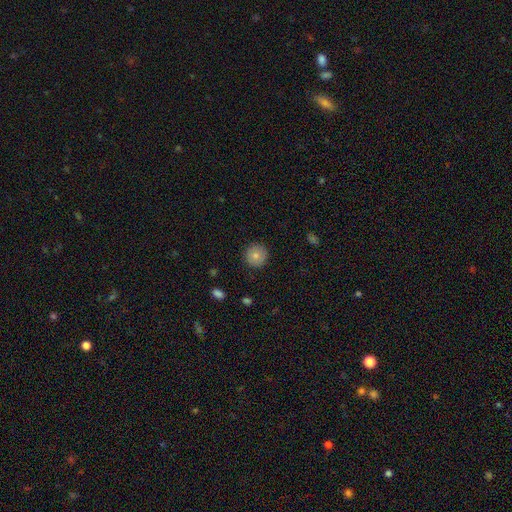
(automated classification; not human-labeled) smooth 79%, featured or disk 12%, star or artifact 9%. Down the decision tree: how rounded — round (95%); merging — none (90%).